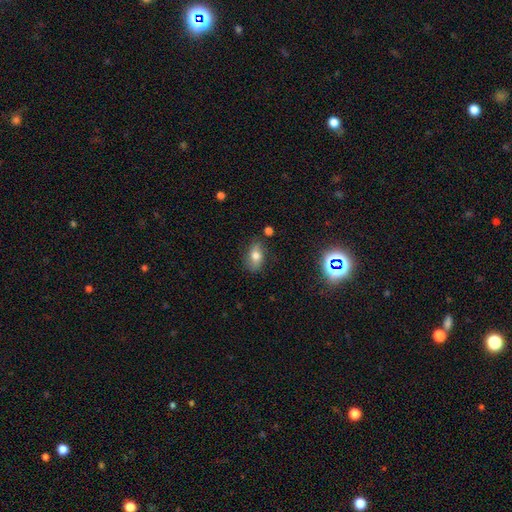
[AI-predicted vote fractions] This appears to be a smooth galaxy with no disk features (71%) that is in between round and cigar-shaped (84%). Merging: none (77%).